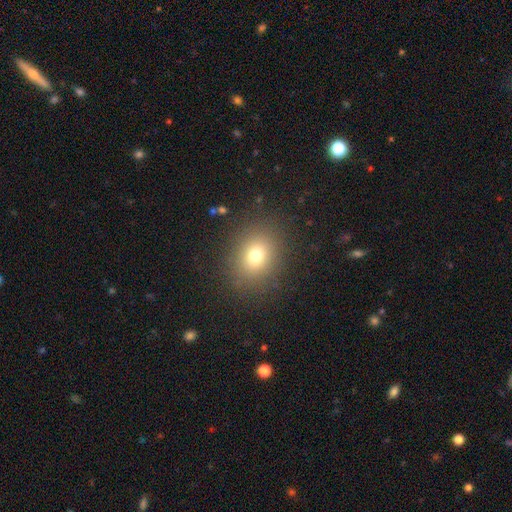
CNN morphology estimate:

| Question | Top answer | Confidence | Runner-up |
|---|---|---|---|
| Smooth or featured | smooth | 74% | star or artifact (15%) |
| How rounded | round | 52% | in between (47%) |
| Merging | none | 86% | minor disturbance (8%) |